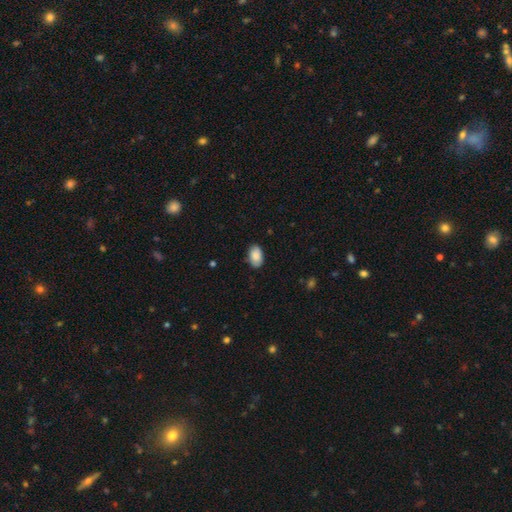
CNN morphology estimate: Q: Smooth or featured?
A: smooth (88%); runner-up: star or artifact (6%)
Q: How rounded?
A: in between (93%); runner-up: round (6%)
Q: Merging?
A: none (84%); runner-up: minor disturbance (13%)